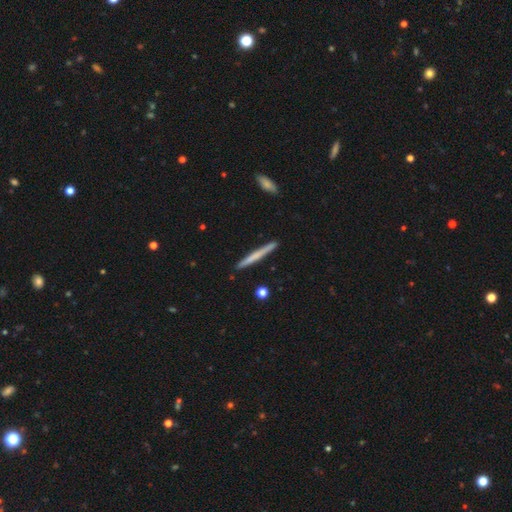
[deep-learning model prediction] This is possibly a smooth galaxy (56%). How rounded: clearly cigar-shaped (97%). Merging: clearly none (91%).